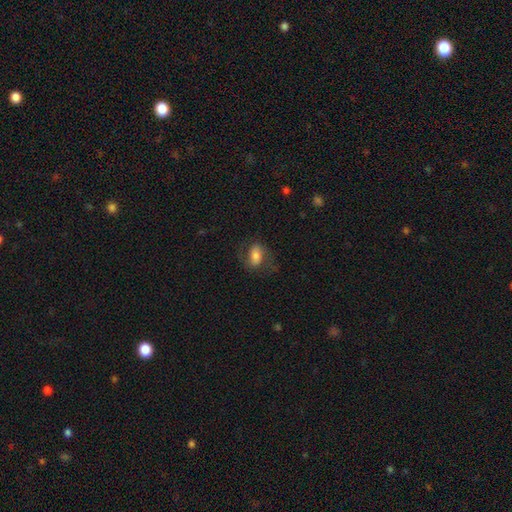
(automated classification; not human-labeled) Smooth or featured? Predicted: smooth (p=0.62). How rounded? Predicted: in between (p=0.84). Merging? Predicted: none (p=0.64).